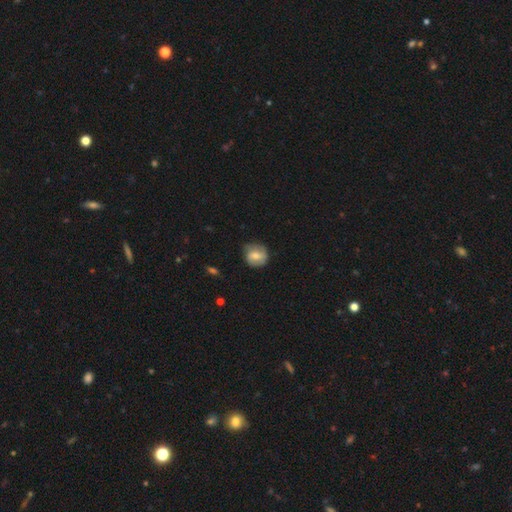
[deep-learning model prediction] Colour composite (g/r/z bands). It shows a smooth galaxy with no disk features (60%) that is round (80%). Merging: none (68%).